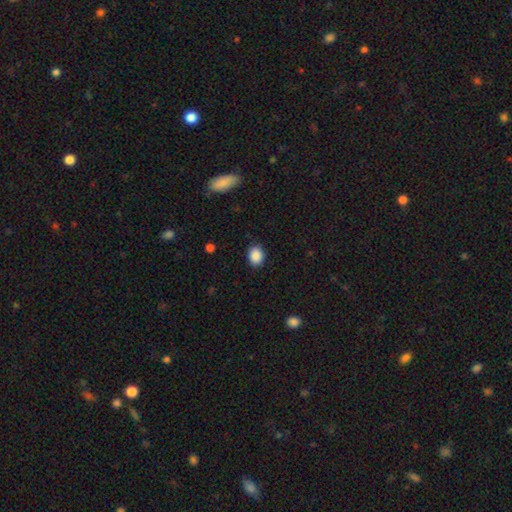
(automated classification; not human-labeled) A smooth galaxy with no disk features (89%) that is round (54%).

Vote fractions:
- Smooth or featured? smooth: 89% / star or artifact: 8% / featured or disk: 3%
- How rounded? round: 54% / in between: 45% / cigar-shaped: 1%
- Merging? none: 87% / minor disturbance: 10% / major disturbance: 2% / merger: 1%